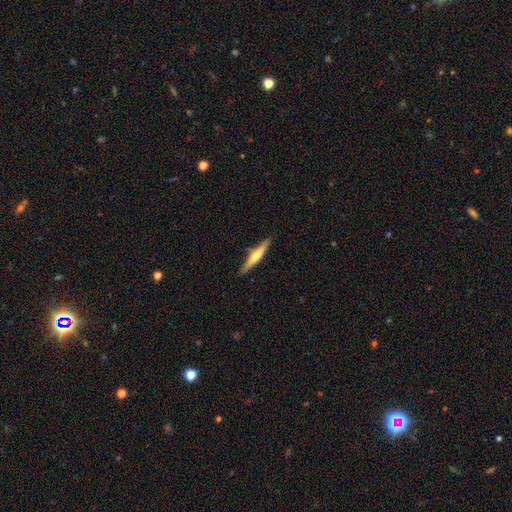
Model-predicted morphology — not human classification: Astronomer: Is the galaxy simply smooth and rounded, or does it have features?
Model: featured or disk — 55% (runner-up: smooth, 39%).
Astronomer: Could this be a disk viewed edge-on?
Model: yes — 96%.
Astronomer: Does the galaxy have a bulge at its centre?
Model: rounded — 84%.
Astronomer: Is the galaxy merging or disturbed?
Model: none — 87%.